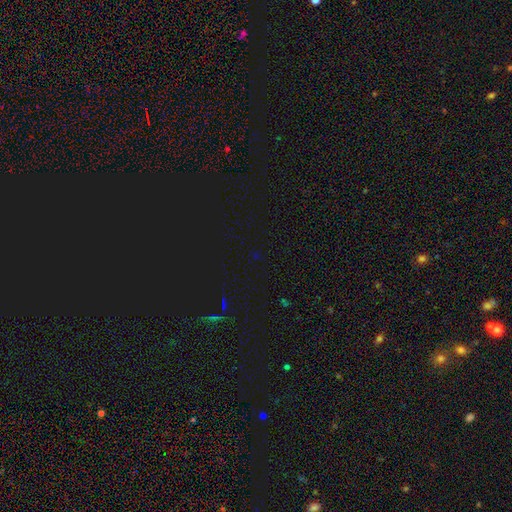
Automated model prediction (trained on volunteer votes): star or artifact 77%, smooth 16%, featured or disk 7%.